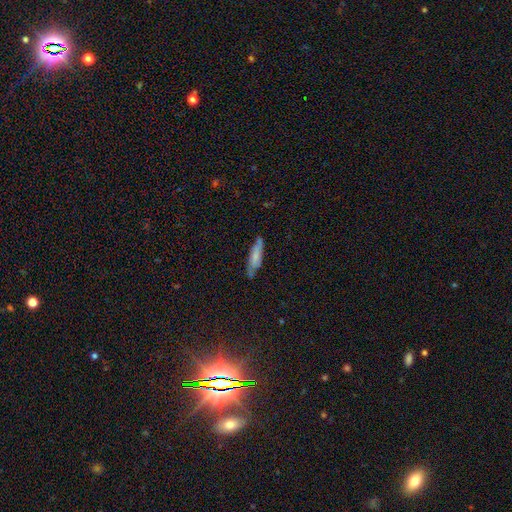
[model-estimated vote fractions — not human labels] A smooth galaxy with no disk features (62%) that is cigar-shaped (66%). Merging: none (64%).